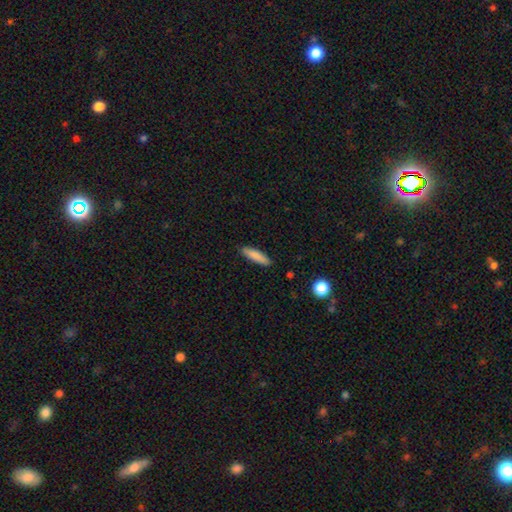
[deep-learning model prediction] A smooth galaxy with no disk features (85%) that is cigar-shaped (71%). Merging: none (88%).